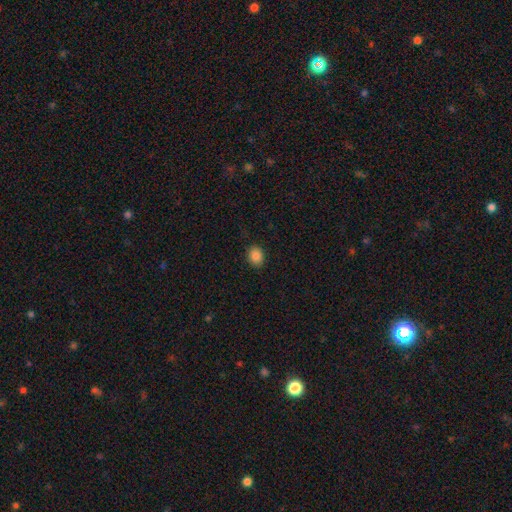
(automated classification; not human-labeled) Smooth or featured: smooth — 86% (star or artifact — 10%)
How rounded: round — 52% (in between — 47%)
Merging: none — 89% (minor disturbance — 8%)